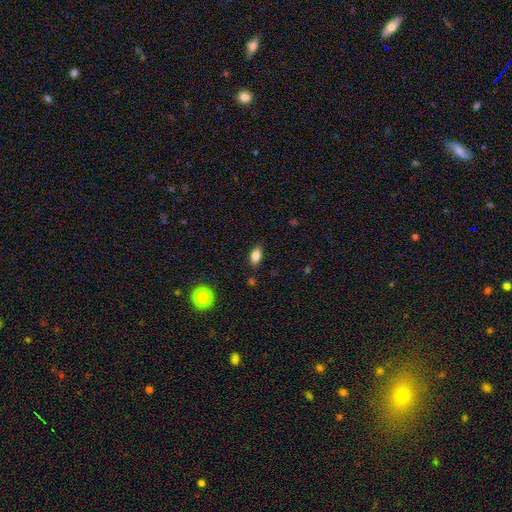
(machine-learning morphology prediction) This appears to be a smooth galaxy with no disk features (81%) that is in between round and cigar-shaped (87%). Merging: none (86%).